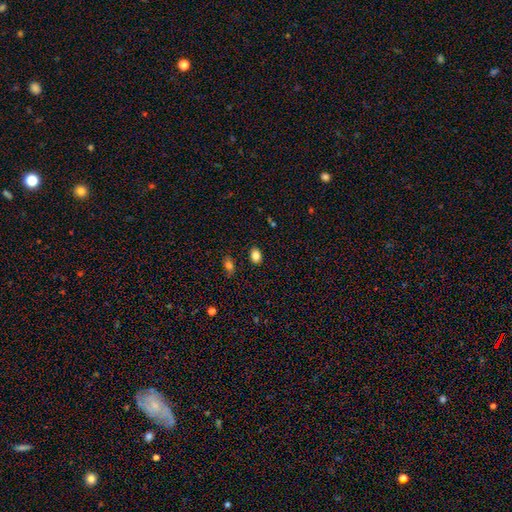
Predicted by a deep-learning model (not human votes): Q: Smooth or featured?
A: smooth (84%); runner-up: star or artifact (10%)
Q: How rounded?
A: in between (74%); runner-up: round (25%)
Q: Merging?
A: none (87%); runner-up: minor disturbance (9%)